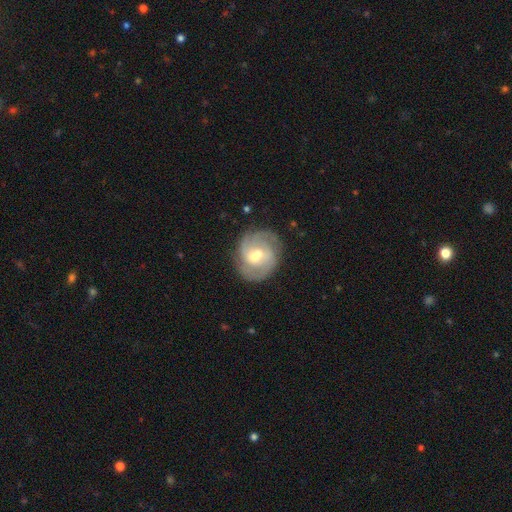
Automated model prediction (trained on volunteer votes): Overall: featured or disk (75%). Edge-on disk: no (98%). Bar: weak (54%; no 33%). Spiral arms: yes (90%). Spiral arm count: 2 (50%; 3 20%). Spiral winding: medium (44%; tight 41%). Bulge size: moderate (64%; small 27%). Merging: none (67%).